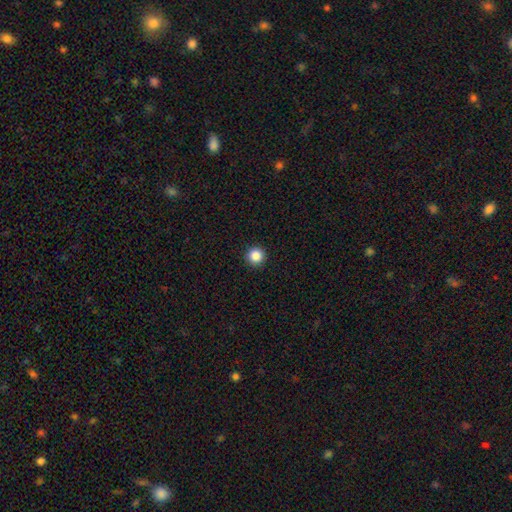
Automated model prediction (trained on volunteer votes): Q: Smooth or featured?
A: smooth (86%); runner-up: star or artifact (11%)
Q: How rounded?
A: round (96%); runner-up: in between (3%)
Q: Merging?
A: none (94%); runner-up: minor disturbance (4%)